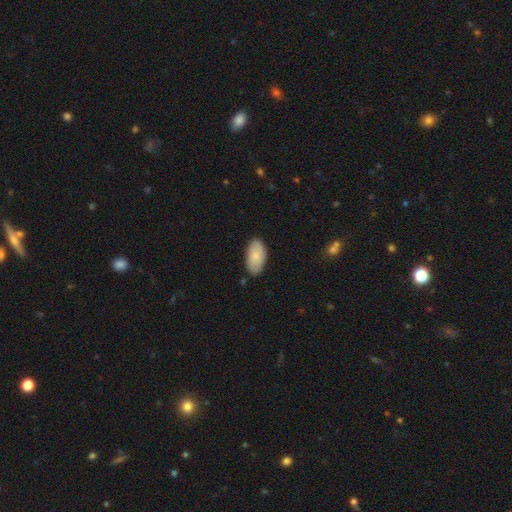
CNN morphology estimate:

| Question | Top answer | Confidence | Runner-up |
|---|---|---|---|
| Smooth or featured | smooth | 83% | featured or disk (12%) |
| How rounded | in between | 95% | cigar-shaped (3%) |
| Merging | none | 82% | minor disturbance (14%) |